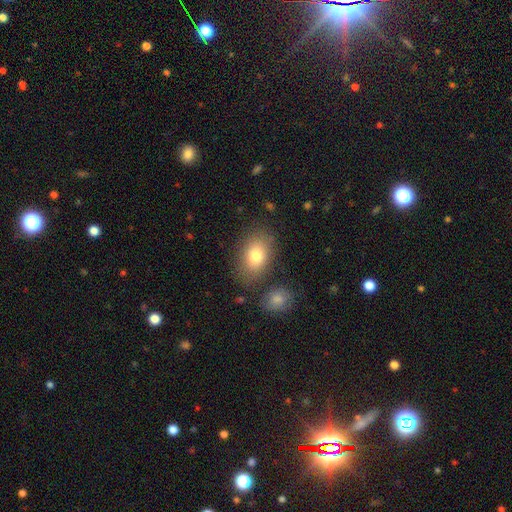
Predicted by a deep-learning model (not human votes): Overall: smooth (78%). How rounded: in between (81%). Merging: none (77%).